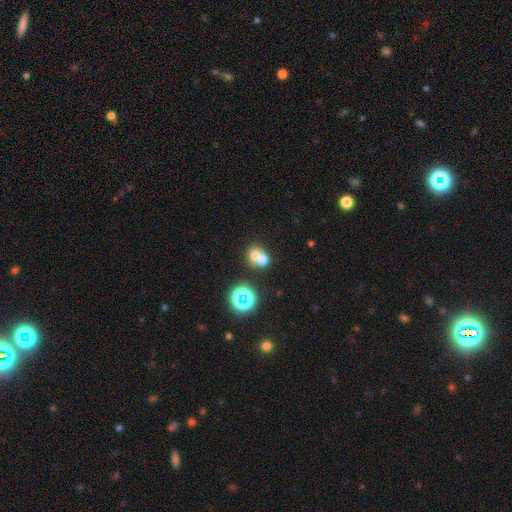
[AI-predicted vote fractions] smooth 63%, star or artifact 19%, featured or disk 18%. Down the decision tree: how rounded — round (74%); merging — merger (60%).